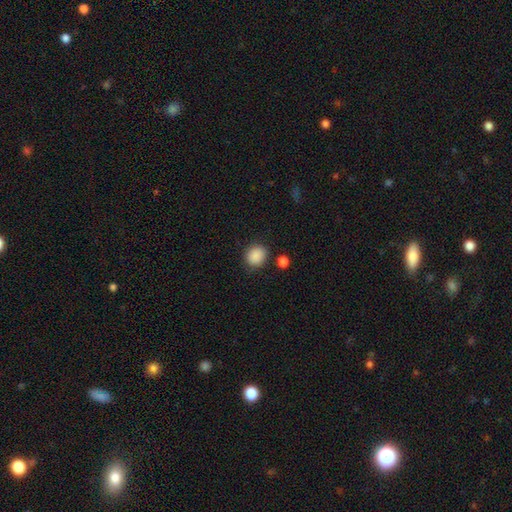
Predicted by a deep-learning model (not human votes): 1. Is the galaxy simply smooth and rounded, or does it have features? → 88% smooth, 9% star or artifact, 3% featured or disk.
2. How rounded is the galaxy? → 72% round, 27% in between, 1% cigar-shaped.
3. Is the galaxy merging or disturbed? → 81% none, 12% minor disturbance, 4% merger, 4% major disturbance.